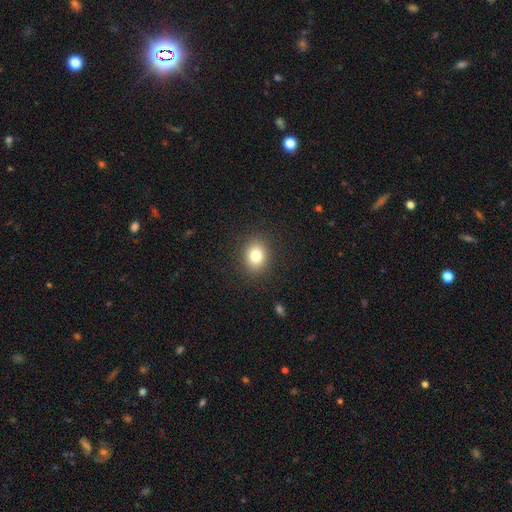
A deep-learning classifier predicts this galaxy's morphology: Overall: smooth (81%). How rounded: round (54%; in between 45%). Merging: none (89%).